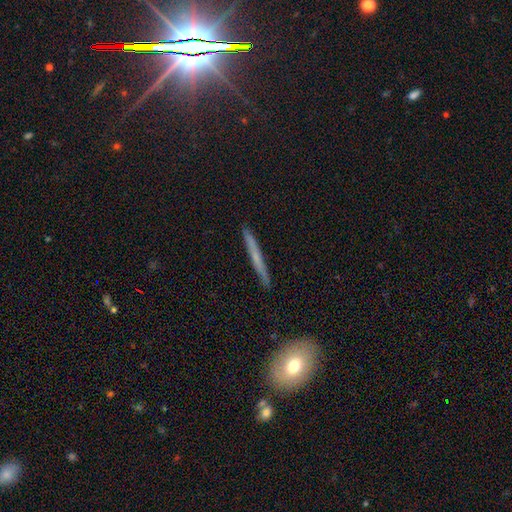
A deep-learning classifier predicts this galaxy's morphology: This appears to be a featured or disk galaxy (47%). Merging: none (90%).